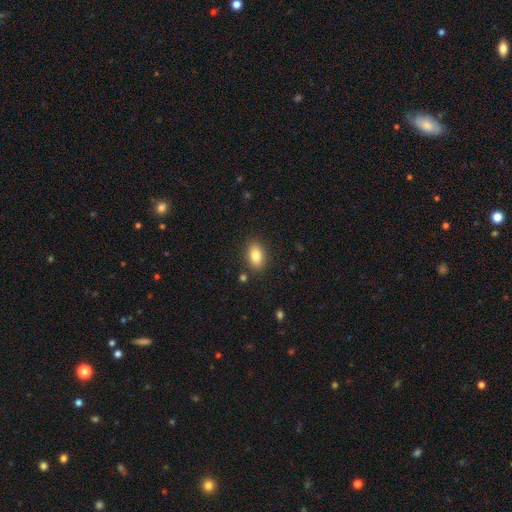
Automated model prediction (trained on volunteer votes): smooth_or_featured: smooth (p=0.84) [alt: featured or disk p=0.08]
how_rounded: in between (p=0.88) [alt: round p=0.09]
merging: none (p=0.86) [alt: minor disturbance p=0.09]